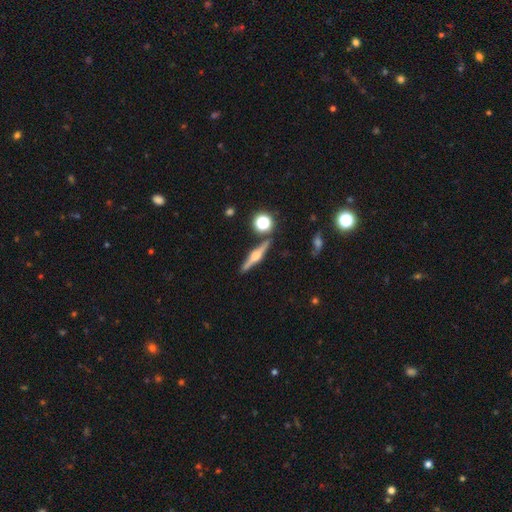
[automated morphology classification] This is likely a featured or disk galaxy (74%). It is clearly viewed edge-on (97%). Edge-on bulge: clearly rounded (91%). Merging: clearly none (87%).